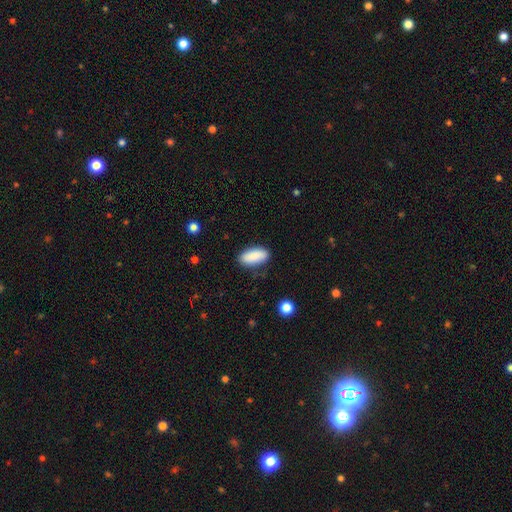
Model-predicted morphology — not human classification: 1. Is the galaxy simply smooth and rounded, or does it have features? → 87% smooth, 6% star or artifact, 6% featured or disk.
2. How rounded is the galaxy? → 88% in between, 10% cigar-shaped, 2% round.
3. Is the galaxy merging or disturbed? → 83% none, 12% minor disturbance, 3% major disturbance, 1% merger.